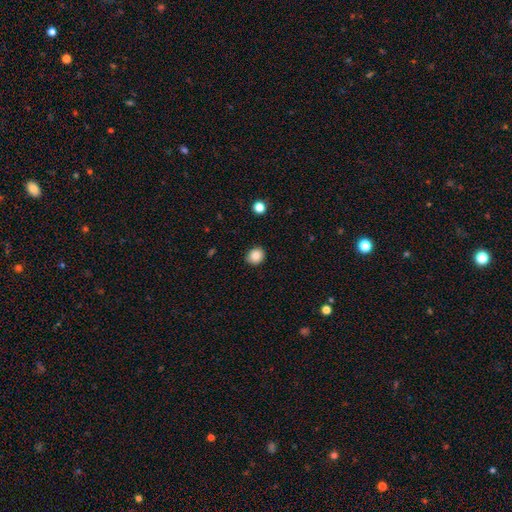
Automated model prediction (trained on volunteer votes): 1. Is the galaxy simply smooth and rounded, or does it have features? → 86% smooth, 9% star or artifact, 5% featured or disk.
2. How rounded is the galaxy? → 73% round, 26% in between, 1% cigar-shaped.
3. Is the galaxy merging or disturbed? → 89% none, 8% minor disturbance, 2% major disturbance, 1% merger.